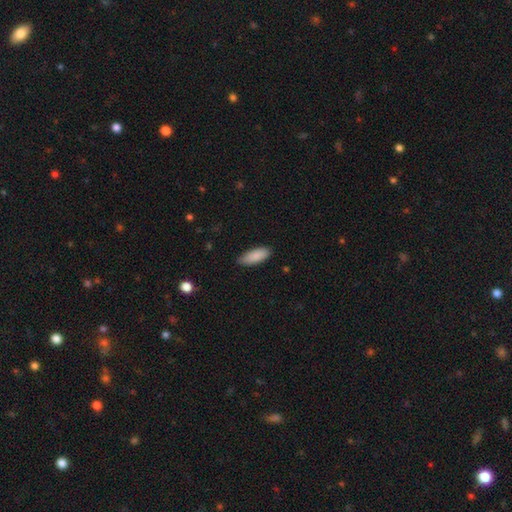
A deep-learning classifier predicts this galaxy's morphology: A smooth galaxy with no disk features (89%) that is in between round and cigar-shaped (73%). Merging: none (85%).